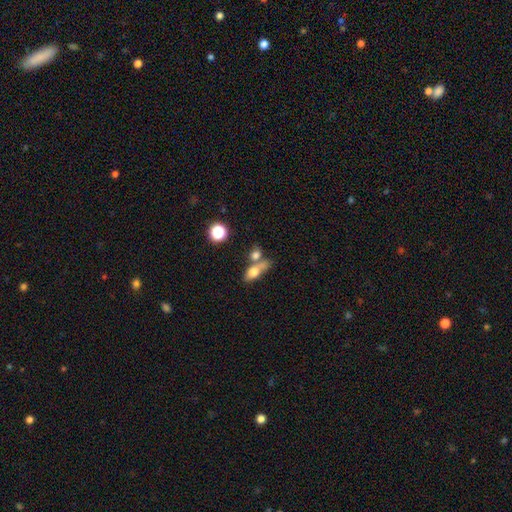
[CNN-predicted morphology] smooth 48%, featured or disk 30%, star or artifact 23%. Down the decision tree: merging — none (48%).